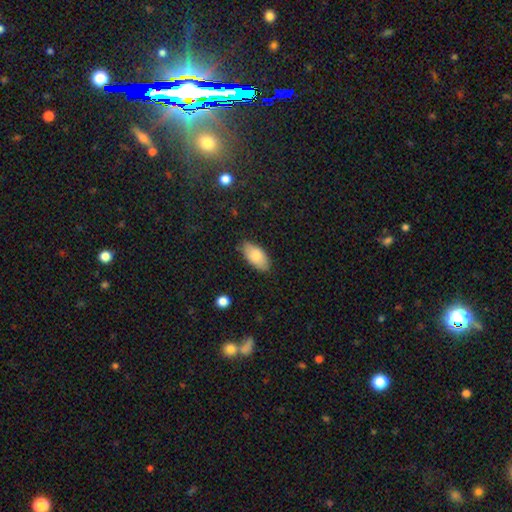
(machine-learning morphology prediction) type=smooth (83%); roundness=in between (93%); merging=none (83%).